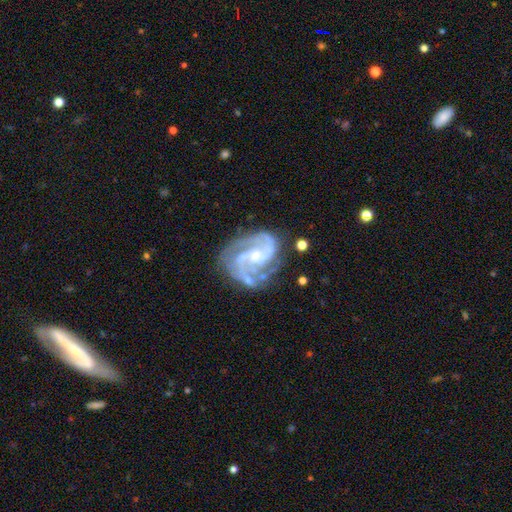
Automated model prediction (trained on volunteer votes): Morphology: type=featured or disk (91%); edge-on=no (98%); bar=no (53%); spiral arms=yes (98%); winding=medium (53%); arm count=2 (62%); bulge=small (71%); merging=none (65%).